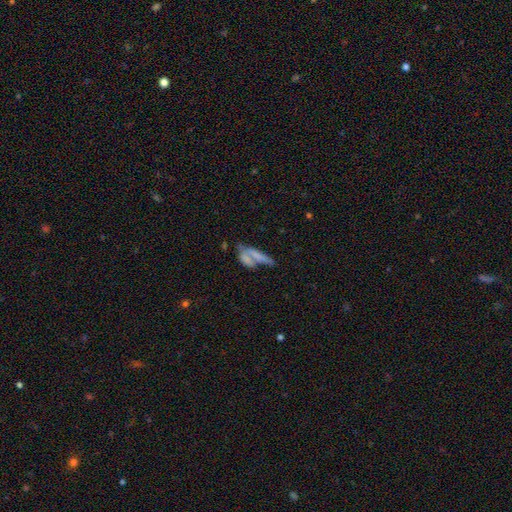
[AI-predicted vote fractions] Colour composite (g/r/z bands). It shows a smooth galaxy with no disk features (54%) that is cigar-shaped (51%). Merging: merger (51%).